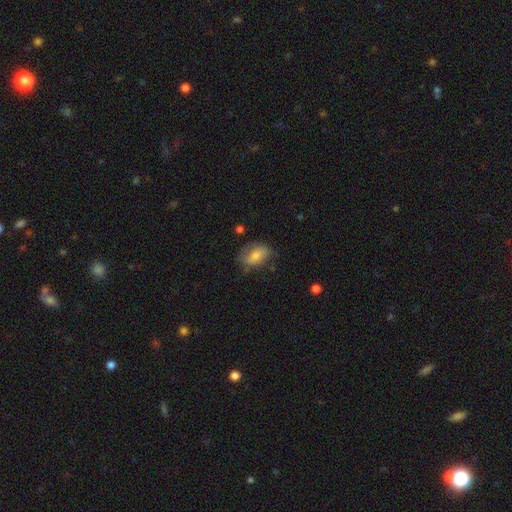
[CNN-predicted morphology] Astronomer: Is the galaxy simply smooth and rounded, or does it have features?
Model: smooth — 68%.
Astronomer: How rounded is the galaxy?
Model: in between — 83%.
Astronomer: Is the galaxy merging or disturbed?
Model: none — 57%.